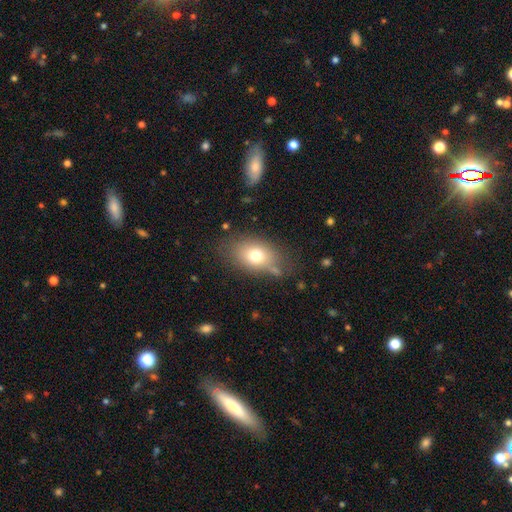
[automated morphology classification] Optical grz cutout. It shows a smooth galaxy with no disk features (72%) that is in between round and cigar-shaped (78%). Merging: none (69%).